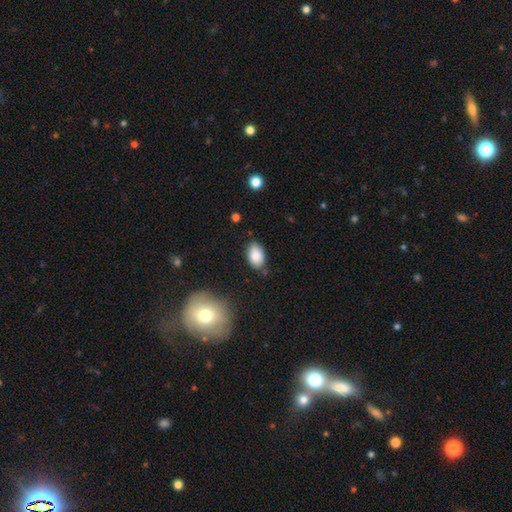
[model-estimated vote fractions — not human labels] Smooth or featured? Predicted: smooth (p=0.87). How rounded? Predicted: in between (p=0.91). Merging? Predicted: none (p=0.78).